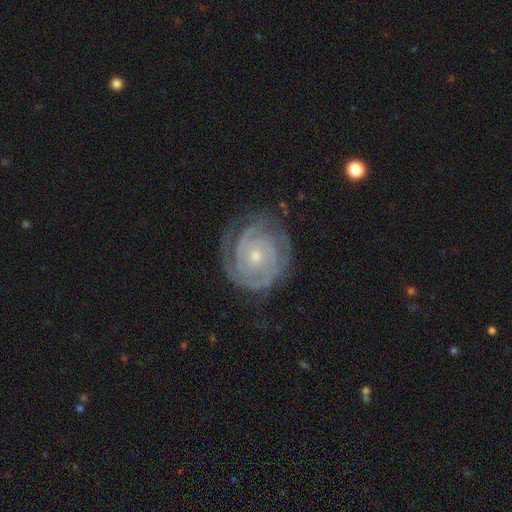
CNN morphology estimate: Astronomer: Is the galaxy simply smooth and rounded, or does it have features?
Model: featured or disk — 88%.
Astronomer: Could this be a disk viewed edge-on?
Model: no — 97%.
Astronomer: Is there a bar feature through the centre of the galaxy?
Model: no — 77%.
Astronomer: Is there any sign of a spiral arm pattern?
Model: yes — 97%.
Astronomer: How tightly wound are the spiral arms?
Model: tight — 82%.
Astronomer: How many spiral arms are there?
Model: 2 — 29% (runner-up: can't tell, 25%).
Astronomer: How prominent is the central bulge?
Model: small — 64%.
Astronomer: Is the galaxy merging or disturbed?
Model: none — 74%.